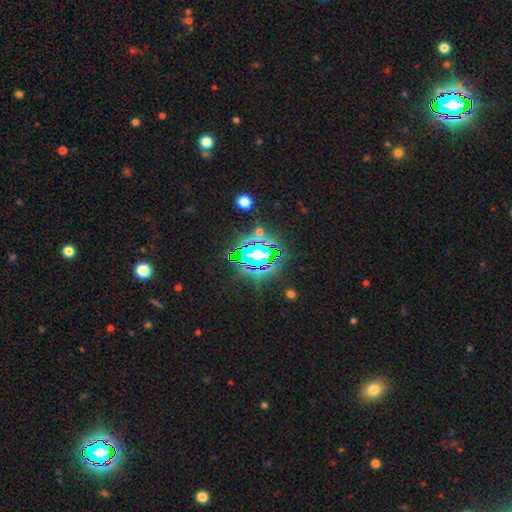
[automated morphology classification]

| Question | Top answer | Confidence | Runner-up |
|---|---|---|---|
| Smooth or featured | star or artifact | 82% | smooth (11%) |